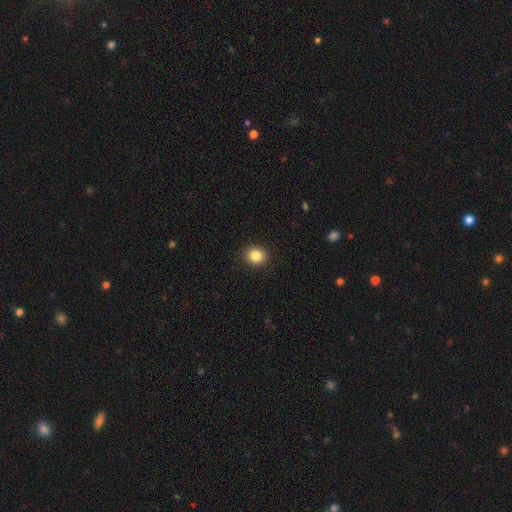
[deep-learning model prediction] A smooth galaxy with no disk features (85%) that is round (79%). Merging: none (92%).